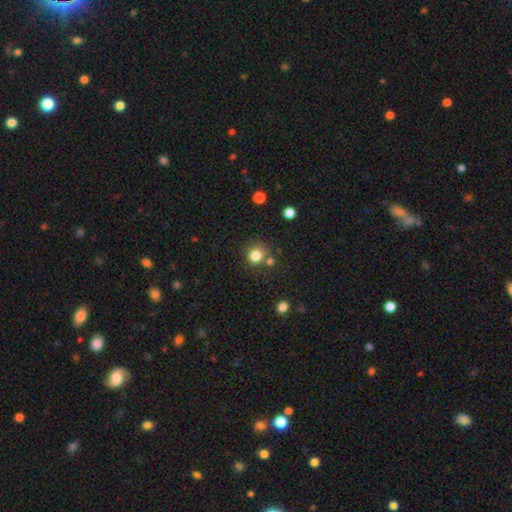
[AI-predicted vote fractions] A smooth galaxy with no disk features (80%) that is round (86%).

Vote fractions:
- Smooth or featured? smooth: 80% / star or artifact: 13% / featured or disk: 7%
- How rounded? round: 86% / in between: 14% / cigar-shaped: 1%
- Merging? none: 70% / merger: 13% / minor disturbance: 12% / major disturbance: 5%